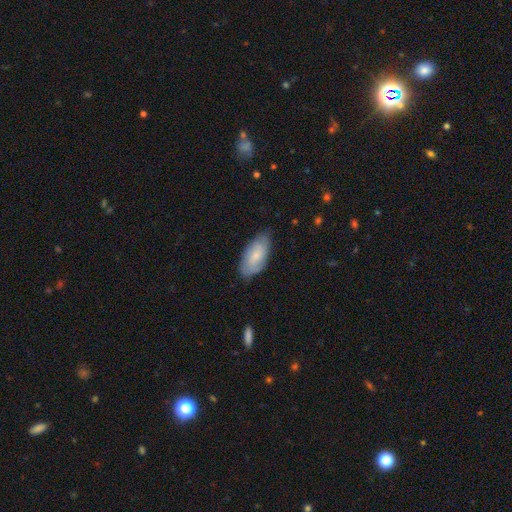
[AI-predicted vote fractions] Overall: smooth (58%; featured or disk 36%). How rounded: in between (91%). Merging: none (76%).